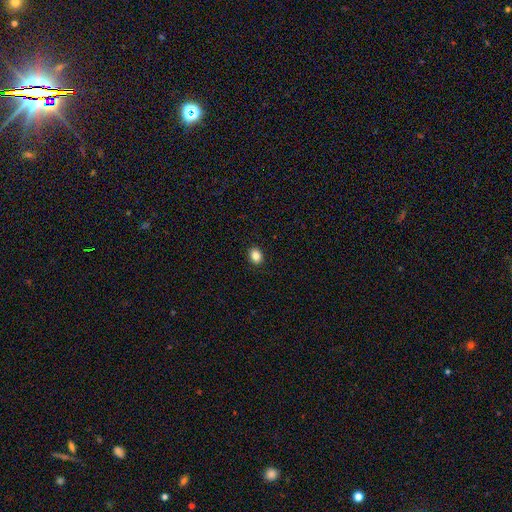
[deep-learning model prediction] A smooth galaxy with no disk features (86%) that is in between round and cigar-shaped (53%). Merging: none (91%).